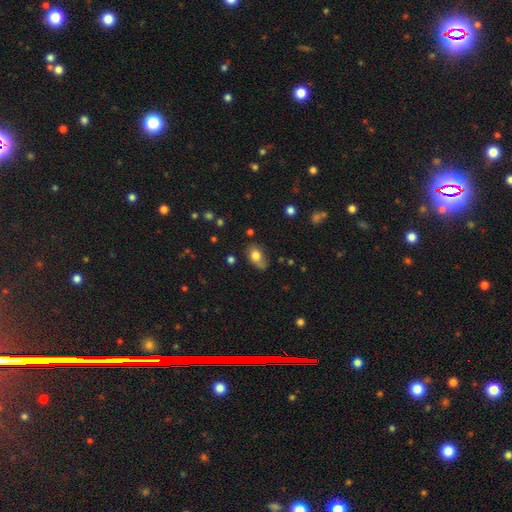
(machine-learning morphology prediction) A smooth galaxy with no disk features (77%) that is in between round and cigar-shaped (75%).

Vote fractions:
- Smooth or featured? smooth: 77% / featured or disk: 14% / star or artifact: 9%
- How rounded? in between: 75% / round: 22% / cigar-shaped: 2%
- Merging? none: 53% / minor disturbance: 32% / major disturbance: 11% / merger: 5%